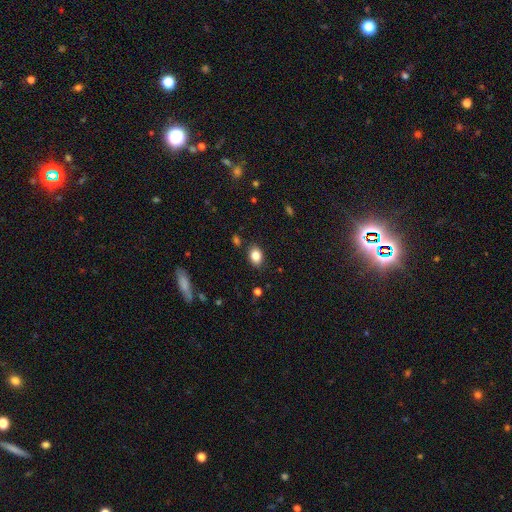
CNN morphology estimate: A smooth galaxy with no disk features (85%) that is in between round and cigar-shaped (73%).

Vote fractions:
- Smooth or featured? smooth: 85% / star or artifact: 9% / featured or disk: 6%
- How rounded? in between: 73% / round: 26% / cigar-shaped: 1%
- Merging? none: 86% / minor disturbance: 10% / major disturbance: 2% / merger: 2%